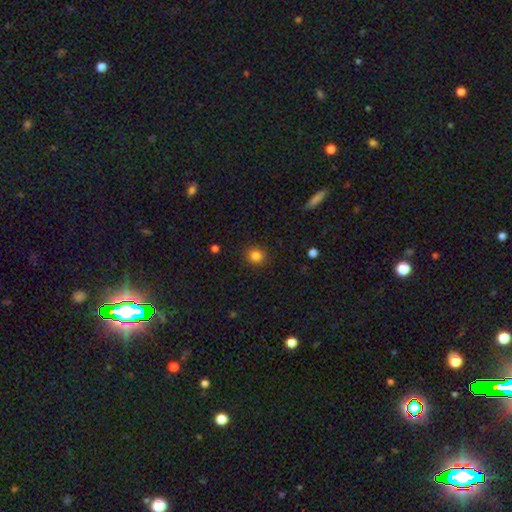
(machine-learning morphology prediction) Overall: smooth (83%). How rounded: round (89%). Merging: none (89%).